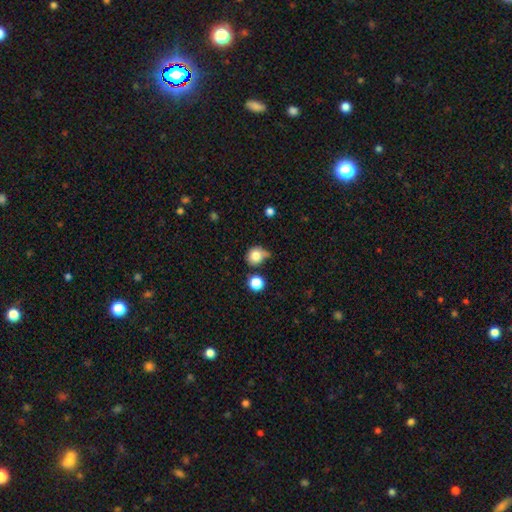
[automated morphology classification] Smooth or featured: smooth — 80% (star or artifact — 11%)
How rounded: round — 79% (in between — 20%)
Merging: none — 51% (minor disturbance — 29%)